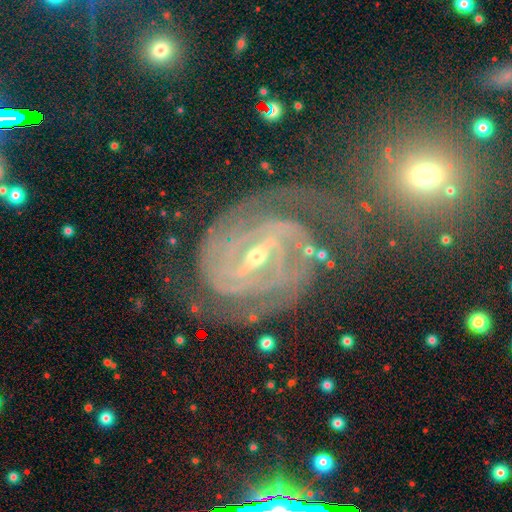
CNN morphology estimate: A featured or disk galaxy (87%) with a strong bar (59%), 3 (24%) tight (74%) spiral arms (98%) and a small central bulge (61%).

Vote fractions:
- Smooth or featured? featured or disk: 87% / star or artifact: 8% / smooth: 5%
- Edge-on disk? no: 96% / yes: 4%
- Bar? strong: 59% / weak: 31% / no: 10%
- Spiral arms? yes: 98% / no: 2%
- Spiral winding? tight: 74% / medium: 22% / loose: 4%
- Spiral arm count? 3: 24% / 2: 23% / can't tell: 19% / 4: 18% / more than 4: 8% / 1: 7%
- Bulge size? small: 61% / moderate: 36% / large: 1% / none: 1% / dominant: 1%
- Merging? none: 68% / minor disturbance: 18% / major disturbance: 10% / merger: 4%